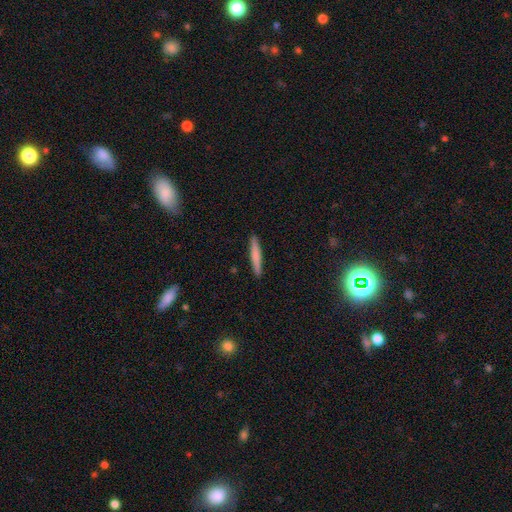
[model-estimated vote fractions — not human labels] smooth-or-featured: smooth: 70% | featured or disk: 24% | star or artifact: 6%
  how-rounded: cigar-shaped: 95% | in between: 4% | round: 1%
  merging: none: 92% | minor disturbance: 6% | major disturbance: 1% | merger: 1%